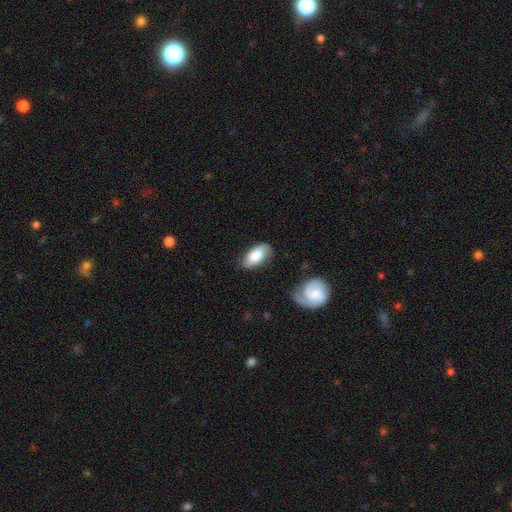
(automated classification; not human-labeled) smooth_or_featured: smooth (p=0.59) [alt: featured or disk p=0.34]
how_rounded: in between (p=0.92) [alt: round p=0.04]
merging: none (p=0.64) [alt: minor disturbance p=0.26]